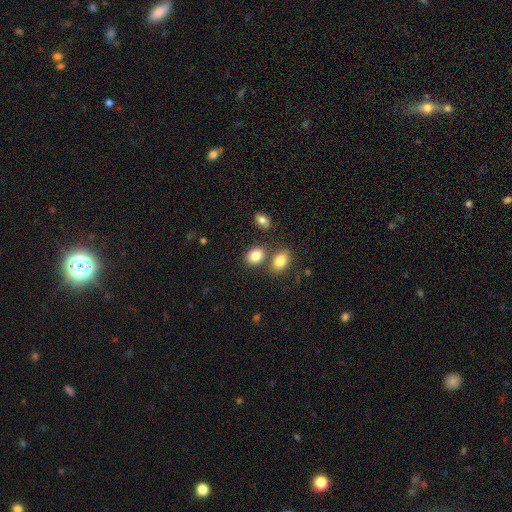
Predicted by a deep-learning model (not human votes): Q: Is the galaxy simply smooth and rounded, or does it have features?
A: smooth — 84%.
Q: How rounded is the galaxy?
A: in between — 65%.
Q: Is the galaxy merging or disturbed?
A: none — 65%.